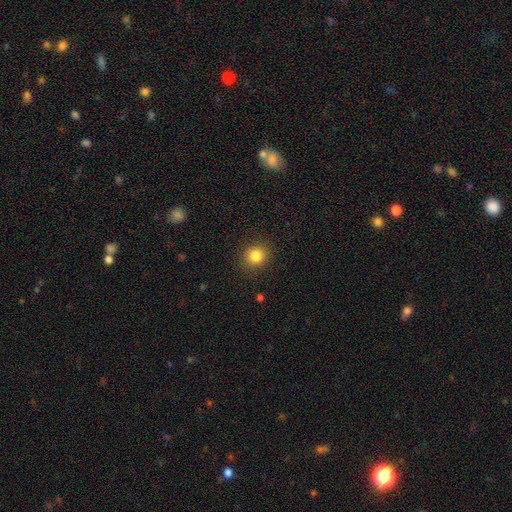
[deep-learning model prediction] Smooth or featured: smooth — 83% (star or artifact — 11%)
How rounded: round — 85% (in between — 14%)
Merging: none — 89% (minor disturbance — 7%)